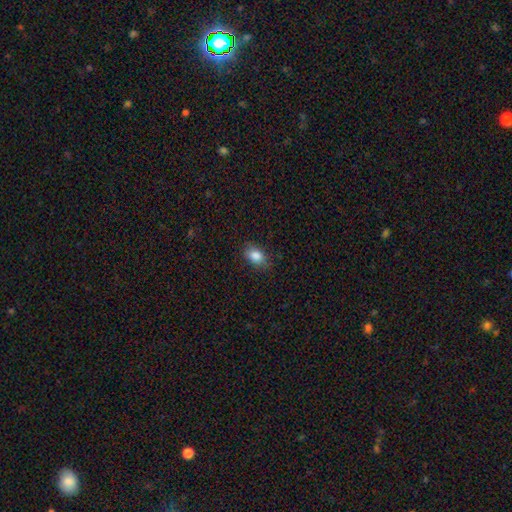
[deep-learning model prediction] Morphology: type=smooth (86%); roundness=in between (83%); merging=none (82%).